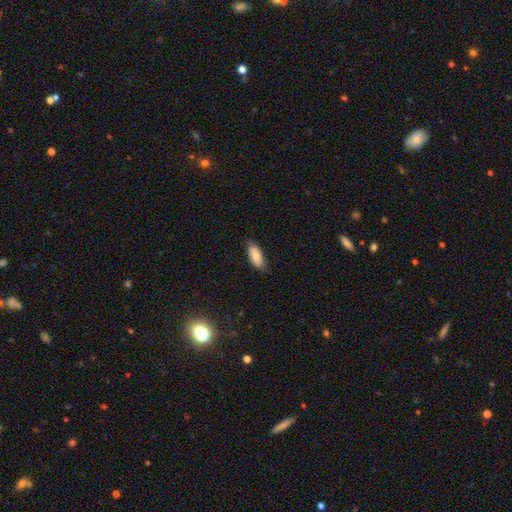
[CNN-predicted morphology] The model was most divided on "how rounded": in between: 81%, cigar-shaped: 17%, round: 2%. More confident: merging — none (81%); smooth or featured — smooth (80%).